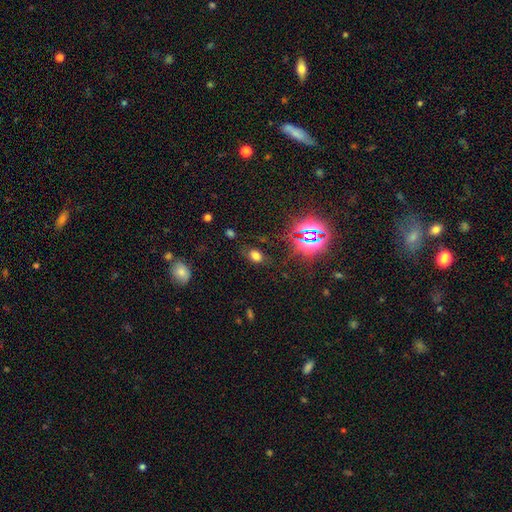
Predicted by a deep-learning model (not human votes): This is possibly a smooth galaxy (59%). How rounded: likely in between (78%). Merging: likely none (73%).